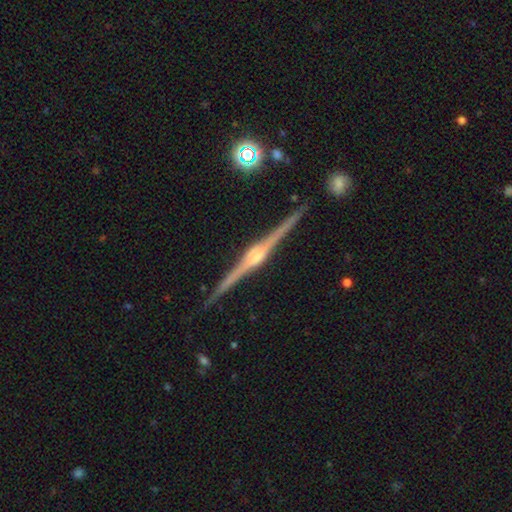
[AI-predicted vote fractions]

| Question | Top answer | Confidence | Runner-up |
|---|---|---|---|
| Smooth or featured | featured or disk | 91% | star or artifact (5%) |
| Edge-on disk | yes | 99% | no (1%) |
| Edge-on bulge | rounded | 85% | boxy (10%) |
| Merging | none | 91% | minor disturbance (6%) |